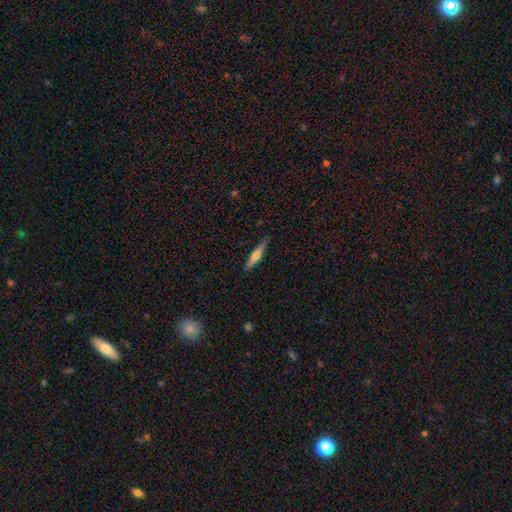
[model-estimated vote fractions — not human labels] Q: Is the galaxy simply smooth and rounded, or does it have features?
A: smooth — 51%.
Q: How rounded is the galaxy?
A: cigar-shaped — 89%.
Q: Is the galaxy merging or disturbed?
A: none — 88%.